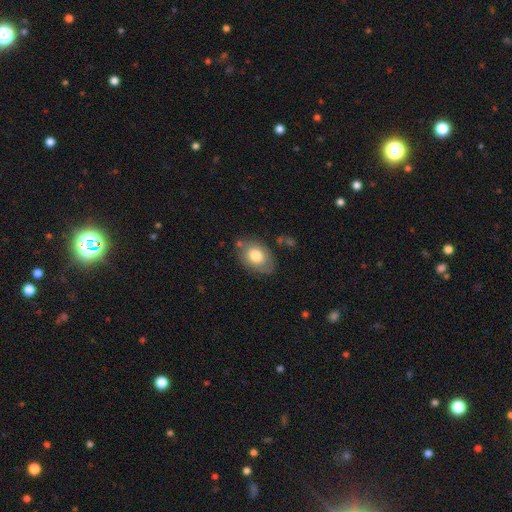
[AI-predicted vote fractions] A smooth galaxy with no disk features (71%) that is in between round and cigar-shaped (82%). Merging: none (70%).